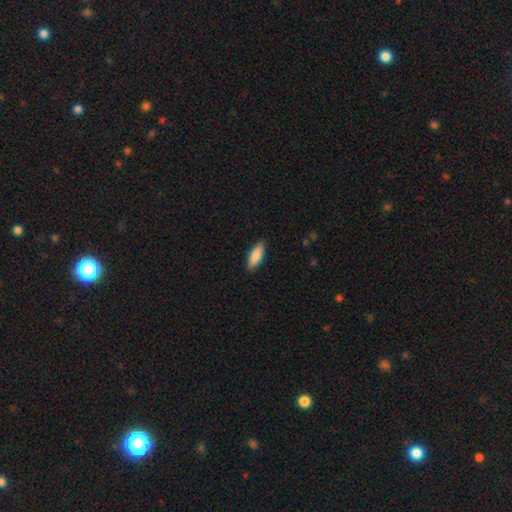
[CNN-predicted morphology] Overall: smooth (87%). How rounded: in between (67%; cigar-shaped 31%). Merging: none (89%).